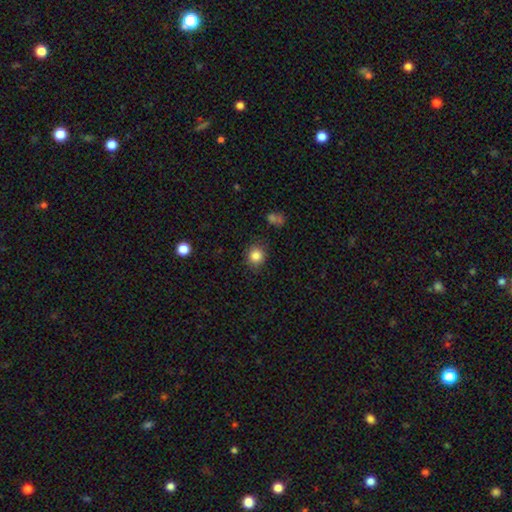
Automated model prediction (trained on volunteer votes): The model was most divided on "smooth or featured": smooth: 84%, star or artifact: 11%, featured or disk: 5%. More confident: how rounded — round (87%); merging — none (86%).